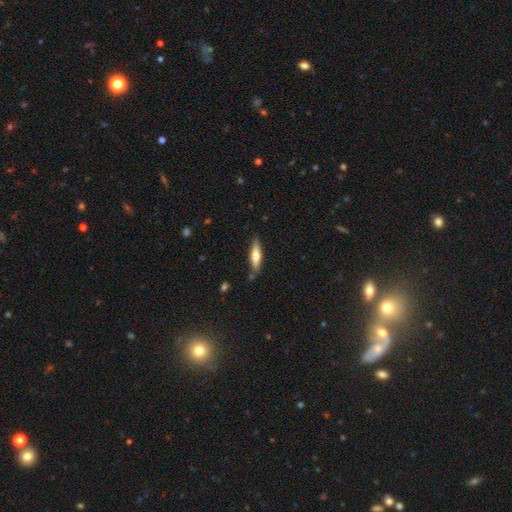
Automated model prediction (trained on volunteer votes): smooth_or_featured: smooth (p=0.57) [alt: featured or disk p=0.37]
how_rounded: cigar-shaped (p=0.74) [alt: in between p=0.24]
merging: none (p=0.82) [alt: minor disturbance p=0.12]